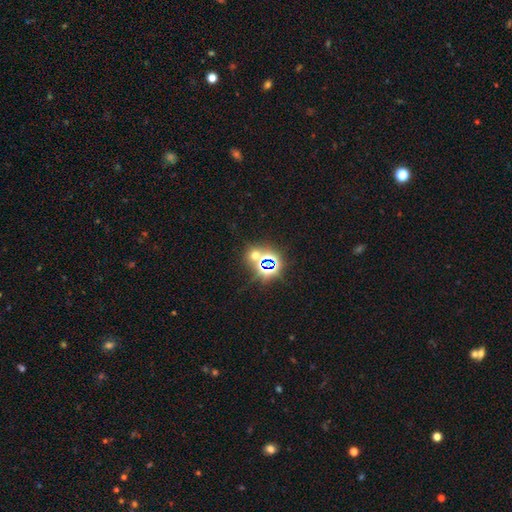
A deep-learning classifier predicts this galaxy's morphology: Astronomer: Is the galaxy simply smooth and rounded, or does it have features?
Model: star or artifact — 57% (runner-up: smooth, 35%).